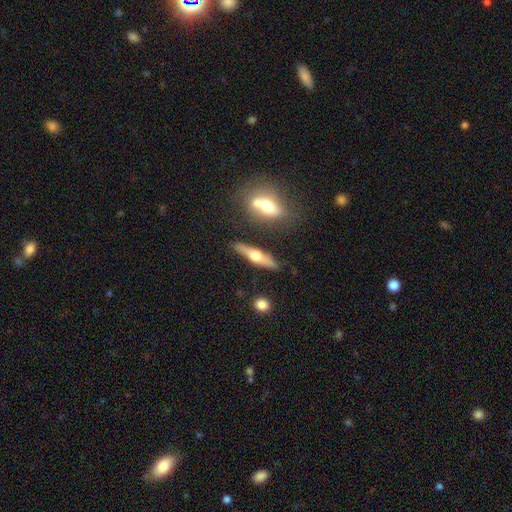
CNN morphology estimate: Smooth or featured: featured or disk — 60% (smooth — 34%)
Edge-on disk: yes — 93% (no — 7%)
Edge-on bulge: rounded — 93% (boxy — 4%)
Merging: none — 80% (minor disturbance — 11%)